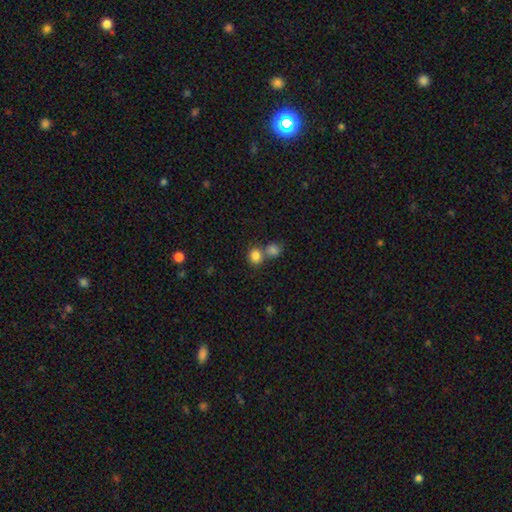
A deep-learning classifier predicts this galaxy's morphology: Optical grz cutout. It shows a smooth galaxy with no disk features (83%) that is round (72%). Merging: none (50%).